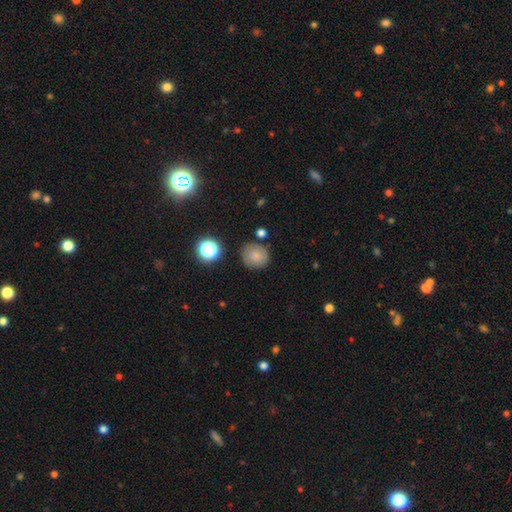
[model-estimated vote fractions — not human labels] A smooth galaxy with no disk features (75%) that is round (80%).

Vote fractions:
- Smooth or featured? smooth: 75% / featured or disk: 13% / star or artifact: 12%
- How rounded? round: 80% / in between: 19% / cigar-shaped: 1%
- Merging? none: 78% / minor disturbance: 14% / merger: 4% / major disturbance: 4%